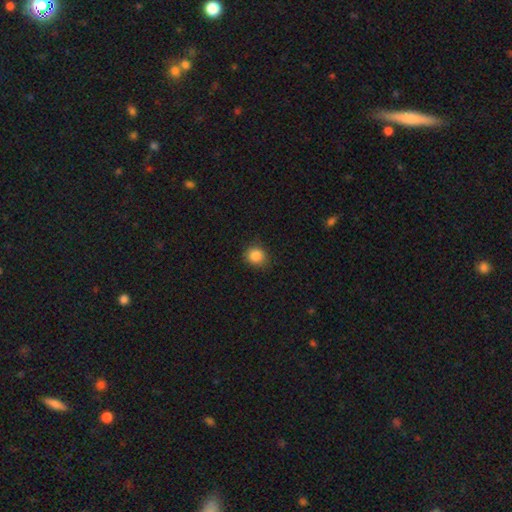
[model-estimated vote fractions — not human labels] Morphology: type=smooth (86%); roundness=round (78%); merging=none (82%).